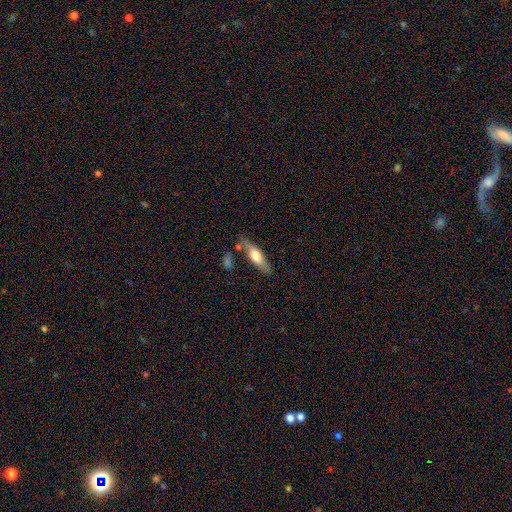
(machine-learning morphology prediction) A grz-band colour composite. It shows a smooth galaxy with no disk features (55%) that is cigar-shaped (58%). Merging: none (70%).